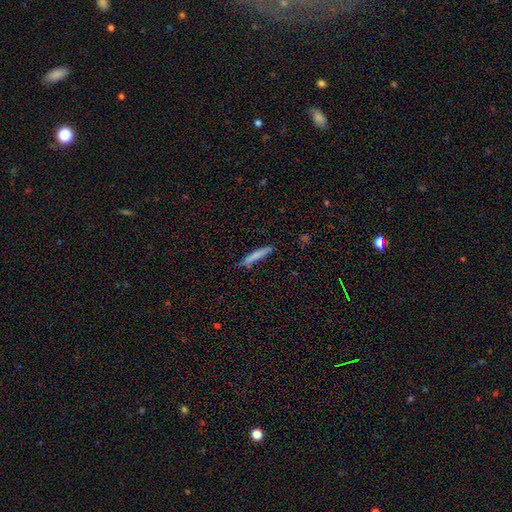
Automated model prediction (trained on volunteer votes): Smooth or featured?
  - smooth: 76% *
  - featured or disk: 17%
  - star or artifact: 7%
How rounded?
  - cigar-shaped: 93% *
  - in between: 5%
  - round: 1%
Merging?
  - none: 80% *
  - minor disturbance: 15%
  - major disturbance: 3%
  - merger: 2%